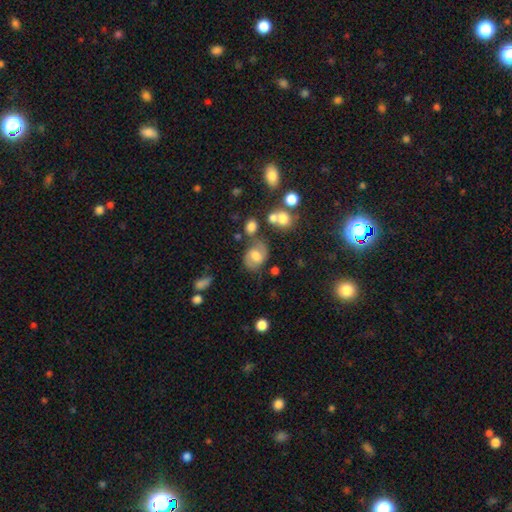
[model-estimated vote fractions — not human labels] A featured or disk galaxy (51%). Merging: none (61%).